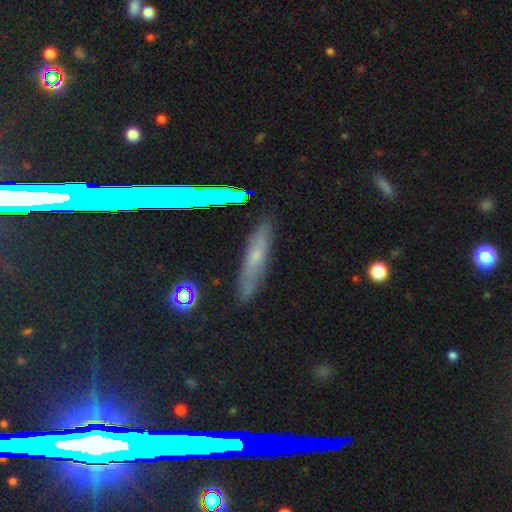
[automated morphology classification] smooth-or-featured: smooth: 48% | featured or disk: 38% | star or artifact: 13%
  merging: none: 84% | minor disturbance: 12% | major disturbance: 2% | merger: 2%